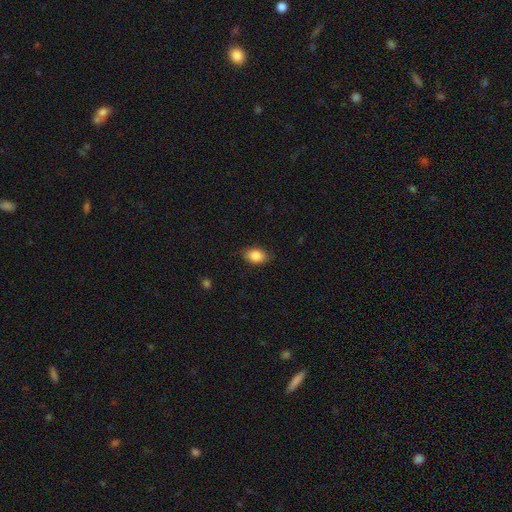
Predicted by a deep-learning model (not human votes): This is clearly a smooth galaxy (86%). How rounded: likely in between (79%). Merging: clearly none (83%).